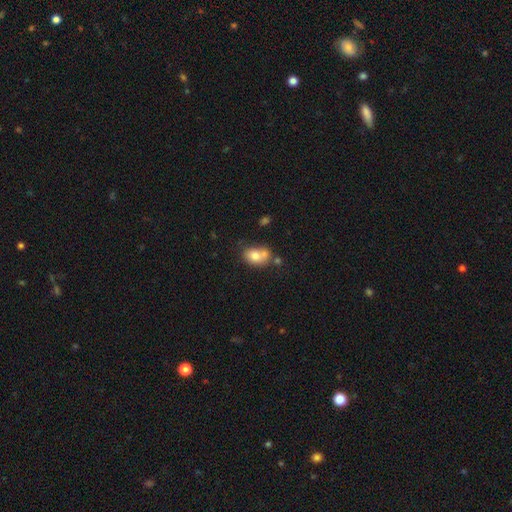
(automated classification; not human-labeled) smooth_or_featured: smooth (p=0.75) [alt: featured or disk p=0.16]
how_rounded: in between (p=0.73) [alt: round p=0.25]
merging: none (p=0.37) [tied with: merger p=0.37]